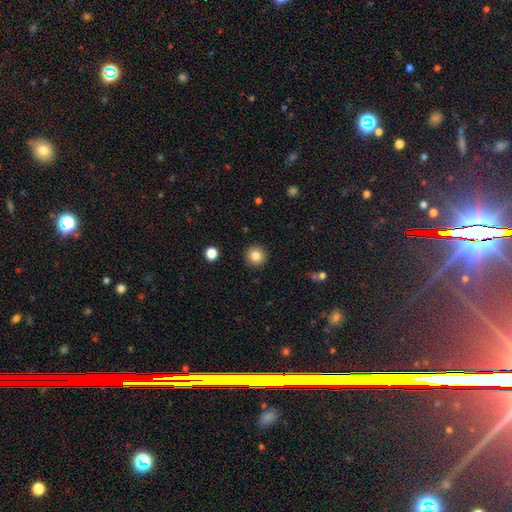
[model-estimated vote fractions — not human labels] Morphology: type=smooth (84%); roundness=round (95%); merging=none (92%).